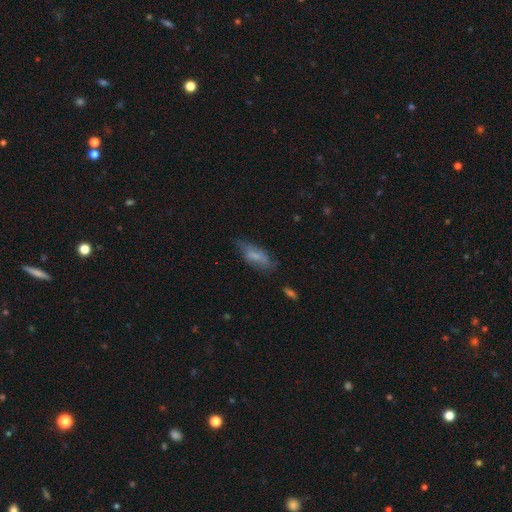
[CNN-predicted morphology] A smooth galaxy with no disk features (61%) that is in between round and cigar-shaped (66%).

Vote fractions:
- Smooth or featured? smooth: 61% / featured or disk: 30% / star or artifact: 9%
- How rounded? in between: 66% / cigar-shaped: 32% / round: 2%
- Merging? none: 55% / minor disturbance: 29% / major disturbance: 13% / merger: 3%